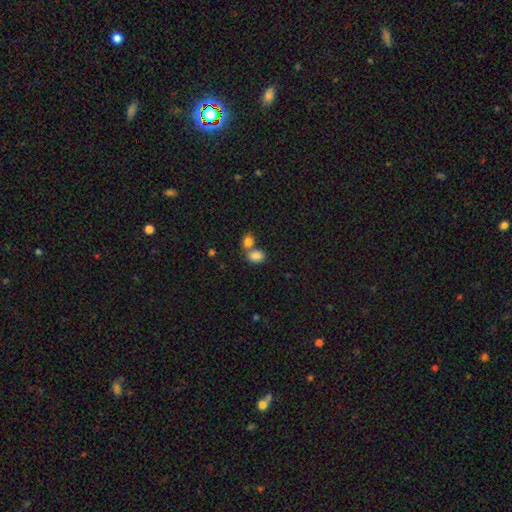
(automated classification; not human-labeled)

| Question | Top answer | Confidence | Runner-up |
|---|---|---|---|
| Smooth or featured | smooth | 84% | star or artifact (9%) |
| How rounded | in between | 76% | round (23%) |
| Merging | merger | 51% | none (37%) |